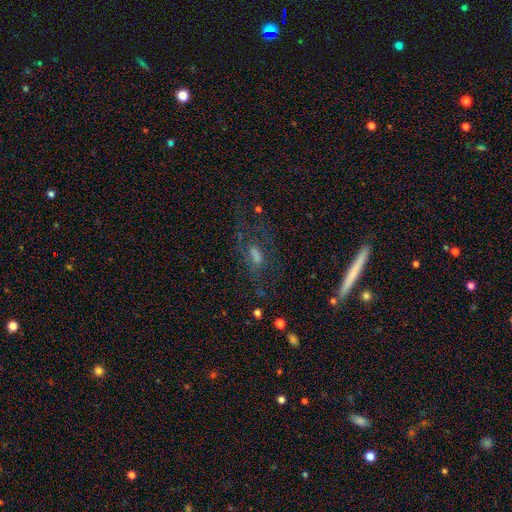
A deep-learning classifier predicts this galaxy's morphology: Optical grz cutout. It shows a smooth galaxy with no disk features (43%). Merging: none (43%).